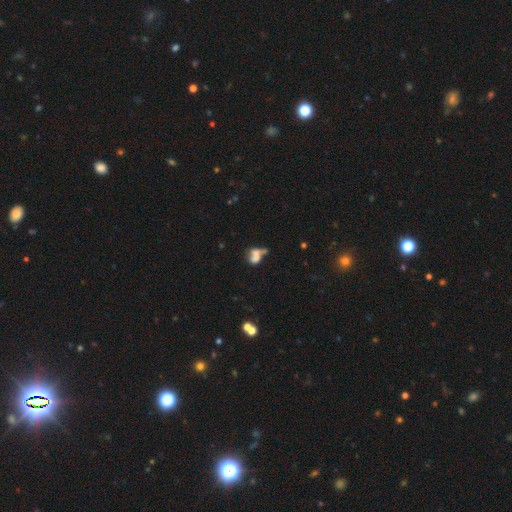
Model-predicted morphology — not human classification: smooth-or-featured: smooth: 59% | featured or disk: 27% | star or artifact: 14%
  how-rounded: in between: 70% | round: 27% | cigar-shaped: 3%
  merging: merger: 47% | none: 22% | major disturbance: 16% | minor disturbance: 15%